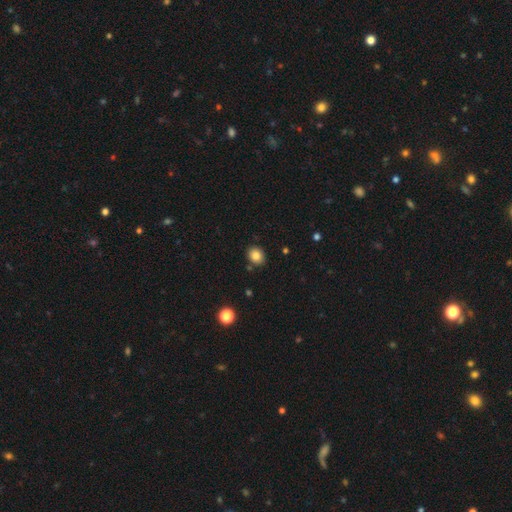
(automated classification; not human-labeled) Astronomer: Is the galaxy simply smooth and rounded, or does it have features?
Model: smooth — 84%.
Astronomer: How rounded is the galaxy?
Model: round — 62% (runner-up: in between, 37%).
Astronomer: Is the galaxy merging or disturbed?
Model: none — 86%.